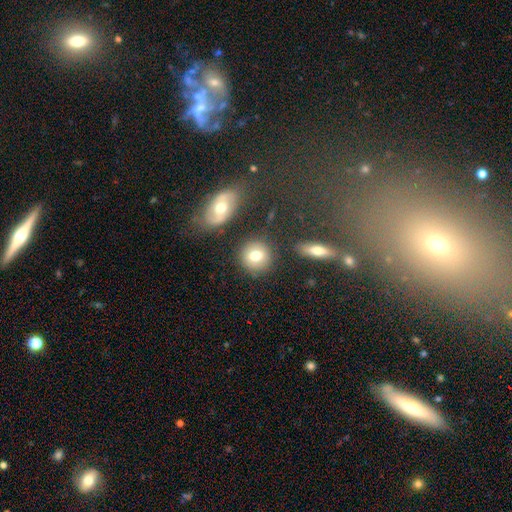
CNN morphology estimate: This is likely a smooth galaxy (75%). How rounded: clearly round (87%). Merging: clearly none (81%).